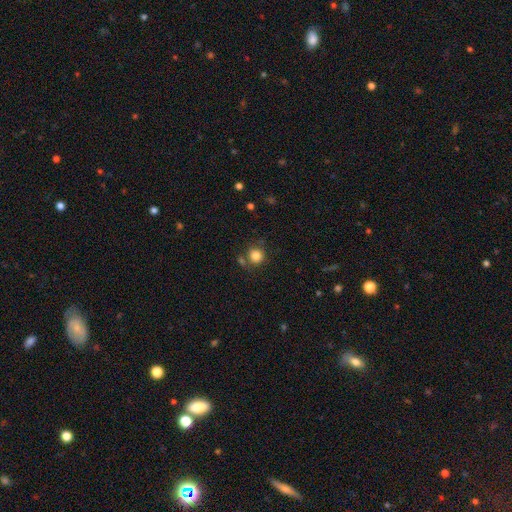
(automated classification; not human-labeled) A smooth galaxy with no disk features (84%) that is round (91%). Merging: none (76%).